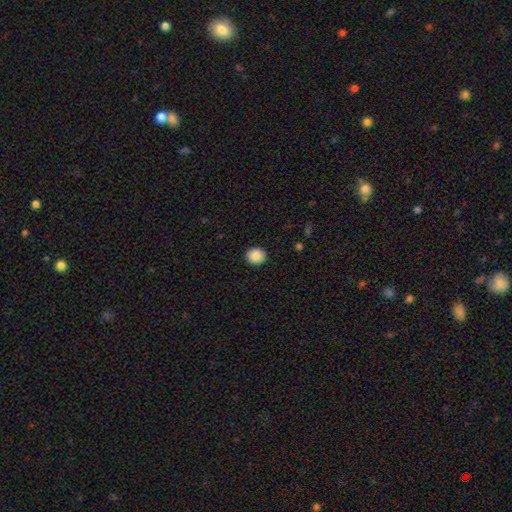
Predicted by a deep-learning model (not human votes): A smooth galaxy with no disk features (89%) that is round (85%).

Vote fractions:
- Smooth or featured? smooth: 89% / star or artifact: 8% / featured or disk: 3%
- How rounded? round: 85% / in between: 14% / cigar-shaped: 1%
- Merging? none: 91% / minor disturbance: 6% / major disturbance: 2% / merger: 1%